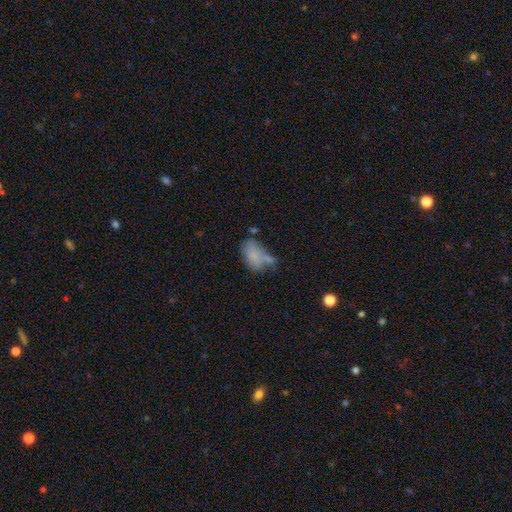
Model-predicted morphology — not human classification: type=smooth (71%); roundness=in between (89%); merging=none (36%).